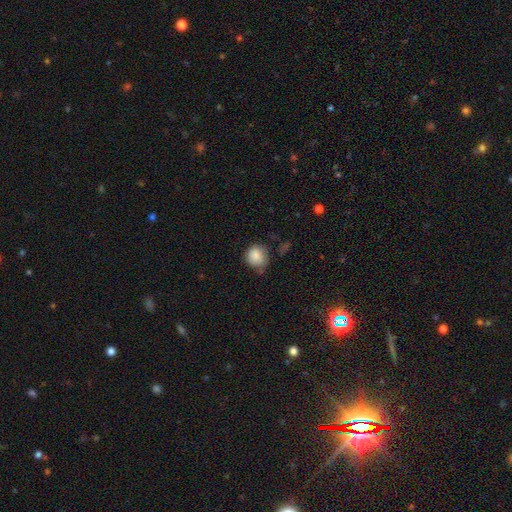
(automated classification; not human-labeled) A smooth galaxy with no disk features (86%) that is round (85%). Merging: none (63%).